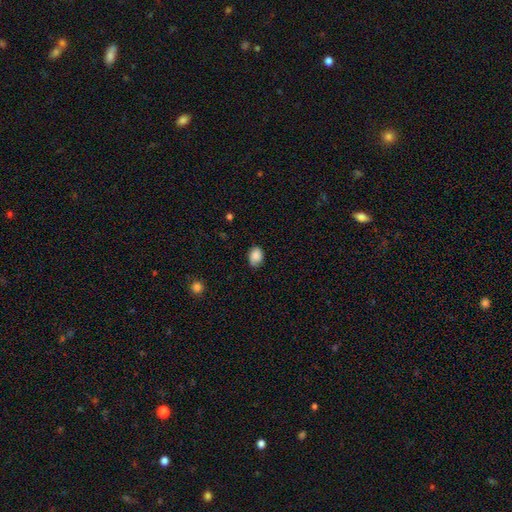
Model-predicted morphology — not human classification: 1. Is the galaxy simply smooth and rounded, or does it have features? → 85% smooth, 8% star or artifact, 7% featured or disk.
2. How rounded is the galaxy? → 70% in between, 29% round, 1% cigar-shaped.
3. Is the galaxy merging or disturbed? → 73% none, 22% minor disturbance, 4% major disturbance, 1% merger.